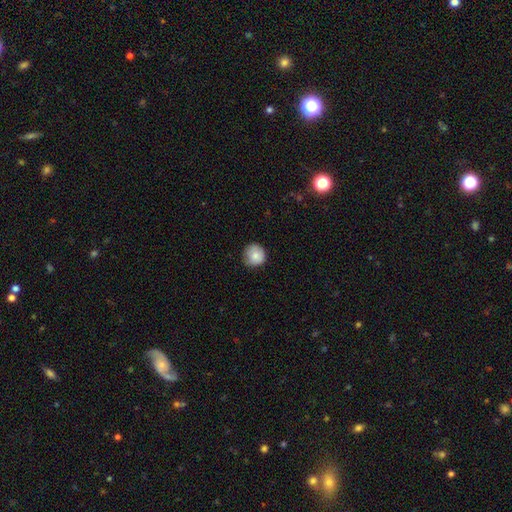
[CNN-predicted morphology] The model was most divided on "merging": none: 78%, minor disturbance: 19%, major disturbance: 3%, merger: 1%. More confident: how rounded — round (93%); smooth or featured — smooth (83%).